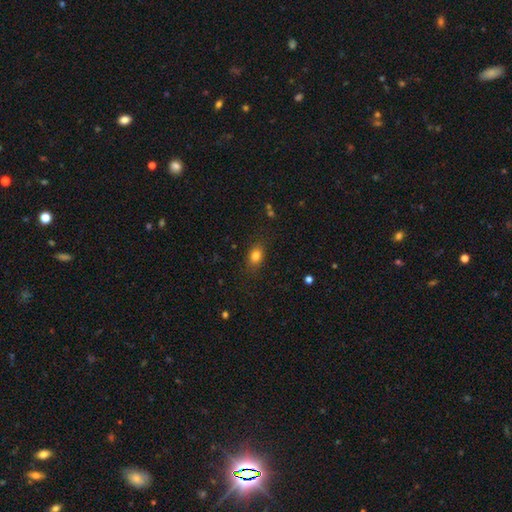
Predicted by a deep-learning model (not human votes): This appears to be a smooth galaxy with no disk features (82%) that is in between round and cigar-shaped (72%). Merging: none (83%).